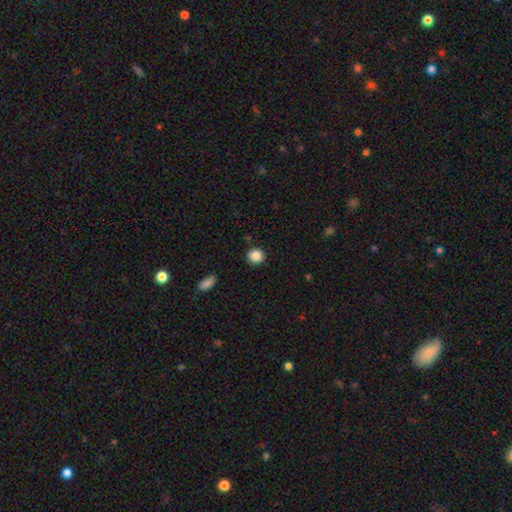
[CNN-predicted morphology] smooth_or_featured: smooth (p=0.88) [alt: star or artifact p=0.09]
how_rounded: round (p=0.89) [alt: in between p=0.10]
merging: none (p=0.89) [alt: minor disturbance p=0.07]